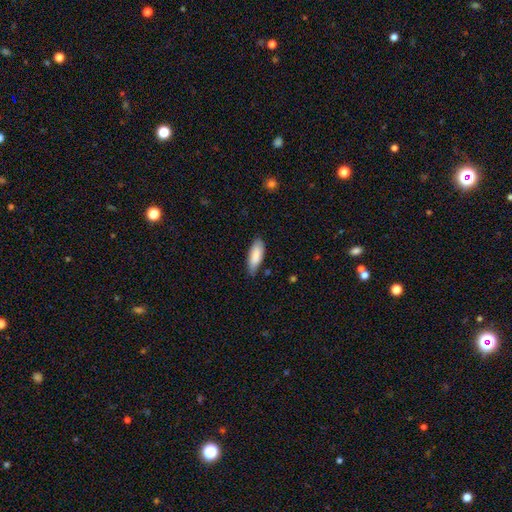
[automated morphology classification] smooth-or-featured: smooth: 84% | featured or disk: 10% | star or artifact: 6%
  how-rounded: in between: 72% | cigar-shaped: 26% | round: 2%
  merging: none: 73% | minor disturbance: 23% | major disturbance: 3% | merger: 2%